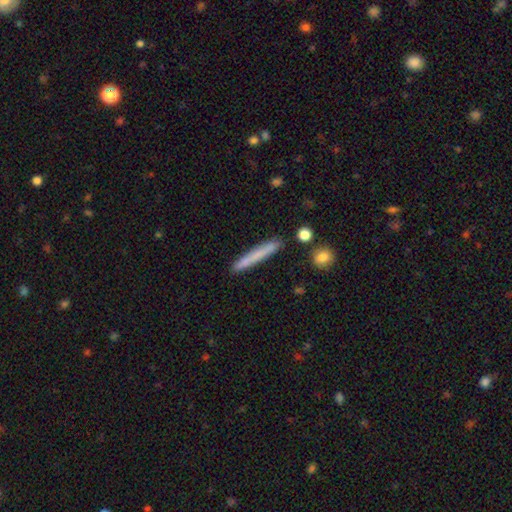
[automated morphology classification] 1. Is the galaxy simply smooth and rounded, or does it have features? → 69% smooth, 24% featured or disk, 6% star or artifact.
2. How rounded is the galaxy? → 96% cigar-shaped, 2% in between, 1% round.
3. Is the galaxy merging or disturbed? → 88% none, 8% minor disturbance, 2% merger, 2% major disturbance.